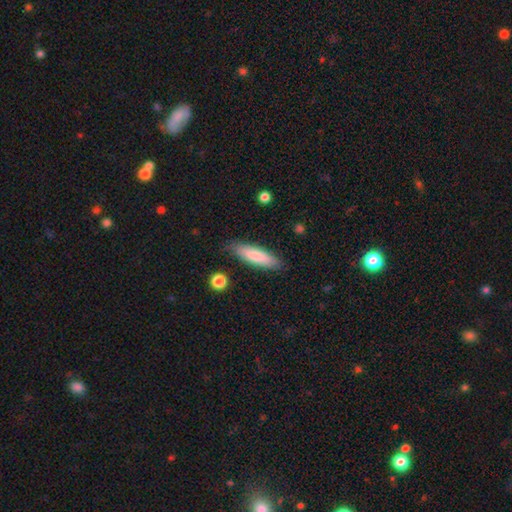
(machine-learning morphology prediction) smooth_or_featured: smooth (p=0.80) [alt: featured or disk p=0.14]
how_rounded: cigar-shaped (p=0.65) [alt: in between p=0.34]
merging: none (p=0.85) [alt: minor disturbance p=0.11]